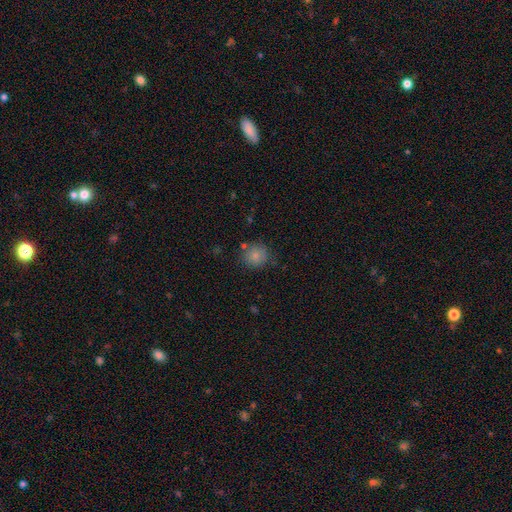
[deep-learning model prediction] A smooth galaxy with no disk features (82%) that is round (91%). Merging: none (79%).